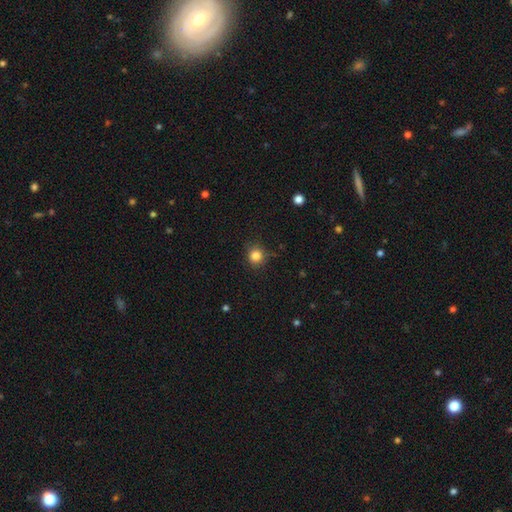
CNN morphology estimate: Smooth or featured? smooth (83%)
How rounded? round (90%)
Merging? none (83%)